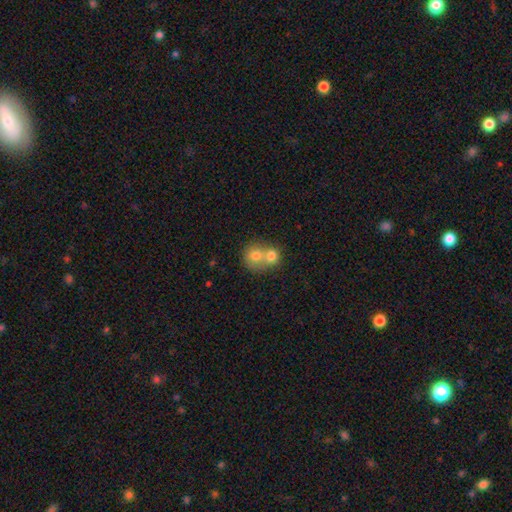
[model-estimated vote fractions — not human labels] smooth_or_featured: smooth (p=0.72) [alt: featured or disk p=0.19]
how_rounded: round (p=0.75) [alt: in between p=0.24]
merging: merger (p=0.70) [alt: none p=0.23]